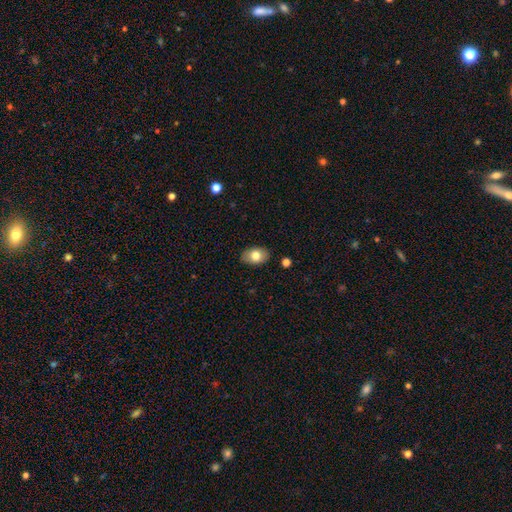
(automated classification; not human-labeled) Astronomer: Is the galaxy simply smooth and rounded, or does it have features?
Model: smooth — 77%.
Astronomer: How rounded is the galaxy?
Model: in between — 87%.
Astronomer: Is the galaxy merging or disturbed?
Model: none — 87%.